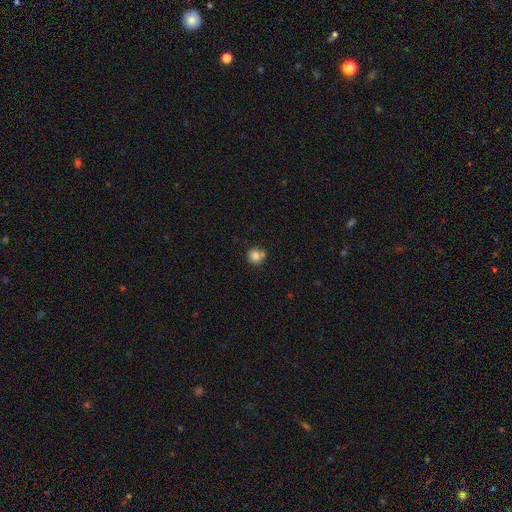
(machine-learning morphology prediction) Q: Smooth or featured?
A: smooth (82%); runner-up: star or artifact (10%)
Q: How rounded?
A: round (91%); runner-up: in between (8%)
Q: Merging?
A: none (65%); runner-up: merger (19%)